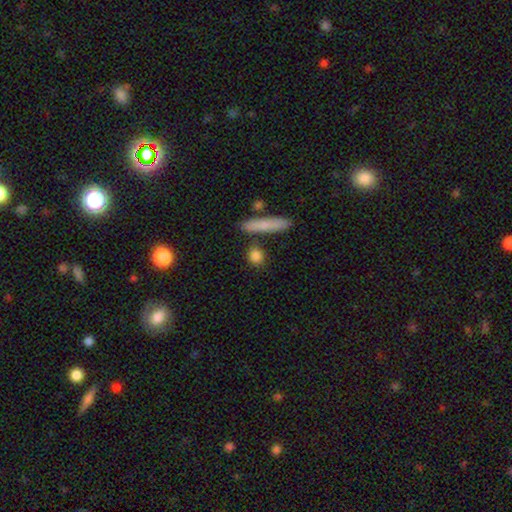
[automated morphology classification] smooth-or-featured: smooth: 83% | featured or disk: 9% | star or artifact: 8%
  how-rounded: round: 62% | in between: 24% | cigar-shaped: 14%
  merging: none: 78% | minor disturbance: 11% | merger: 8% | major disturbance: 3%